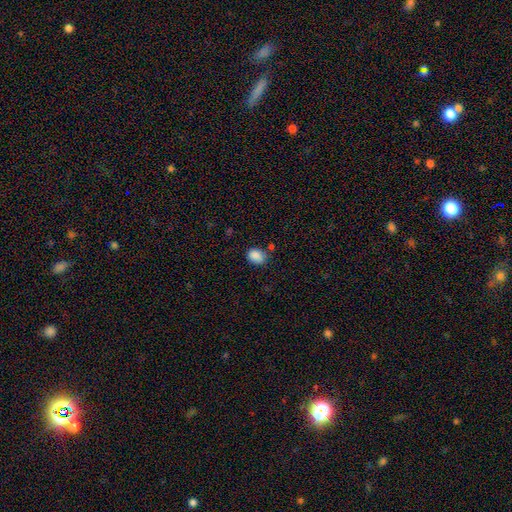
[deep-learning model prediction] Q: Smooth or featured?
A: smooth (88%); runner-up: star or artifact (9%)
Q: How rounded?
A: in between (63%); runner-up: round (36%)
Q: Merging?
A: none (74%); runner-up: minor disturbance (17%)